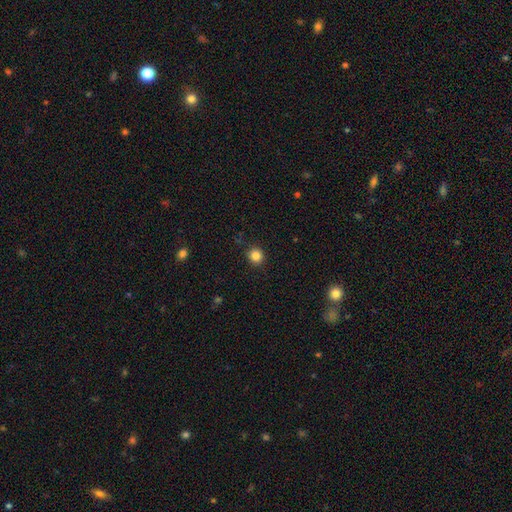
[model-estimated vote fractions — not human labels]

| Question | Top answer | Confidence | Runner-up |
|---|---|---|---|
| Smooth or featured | smooth | 84% | star or artifact (12%) |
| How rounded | round | 90% | in between (9%) |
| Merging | none | 90% | minor disturbance (7%) |